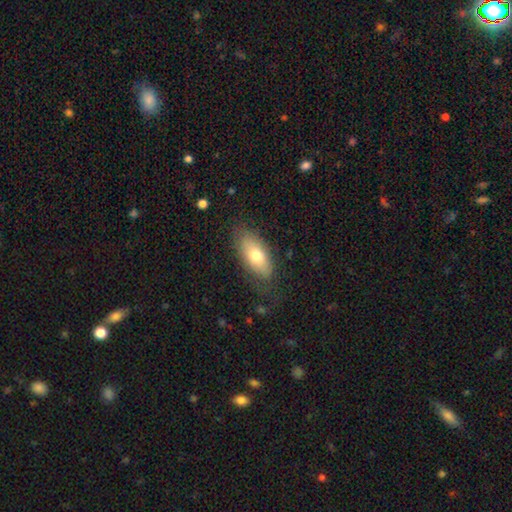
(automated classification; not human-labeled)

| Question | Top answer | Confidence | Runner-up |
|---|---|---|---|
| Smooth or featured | smooth | 72% | featured or disk (21%) |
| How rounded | in between | 88% | cigar-shaped (8%) |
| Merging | none | 77% | minor disturbance (17%) |